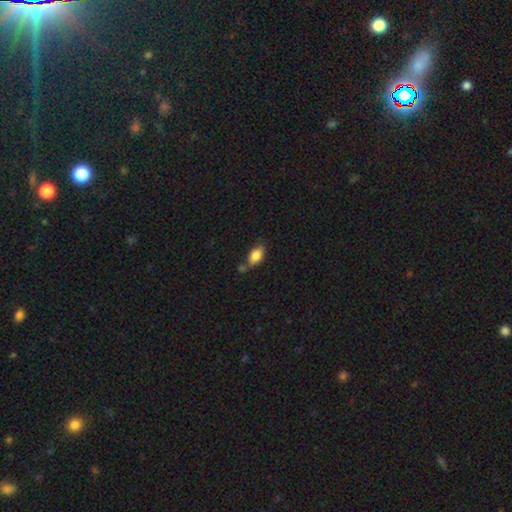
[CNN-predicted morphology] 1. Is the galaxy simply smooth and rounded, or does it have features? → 81% smooth, 11% featured or disk, 8% star or artifact.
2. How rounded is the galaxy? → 87% in between, 7% round, 6% cigar-shaped.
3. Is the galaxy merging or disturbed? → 57% none, 21% minor disturbance, 16% merger, 6% major disturbance.